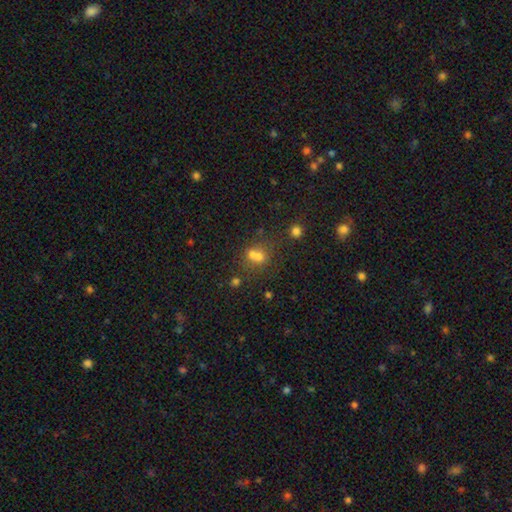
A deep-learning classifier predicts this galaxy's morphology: This is possibly a smooth galaxy (59%). How rounded: likely round (74%). Merging: possibly merger (51%).